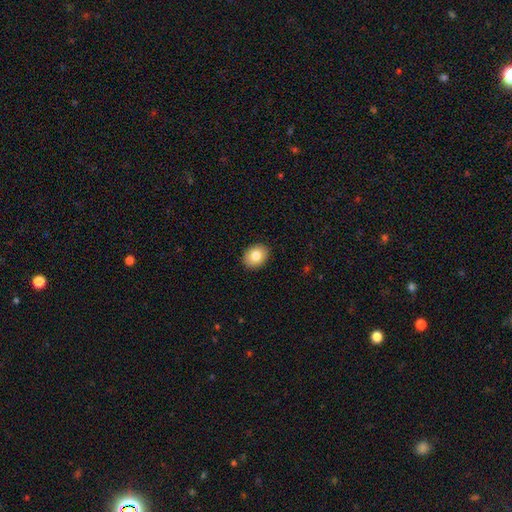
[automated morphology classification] smooth_or_featured: smooth (p=0.82) [alt: featured or disk p=0.10]
how_rounded: in between (p=0.56) [alt: round p=0.43]
merging: none (p=0.91) [alt: minor disturbance p=0.07]